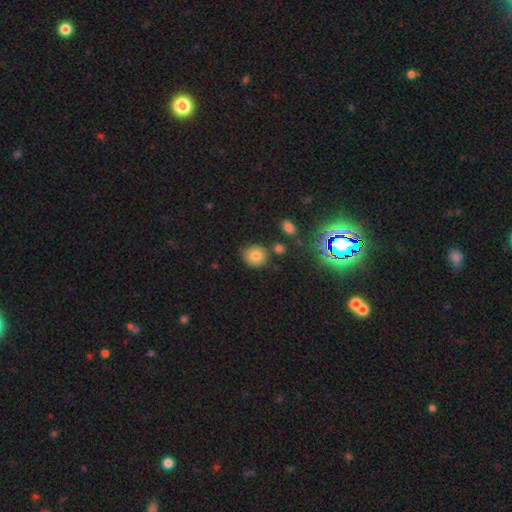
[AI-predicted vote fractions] This is likely a smooth galaxy (76%). How rounded: clearly round (81%). Merging: likely none (79%).